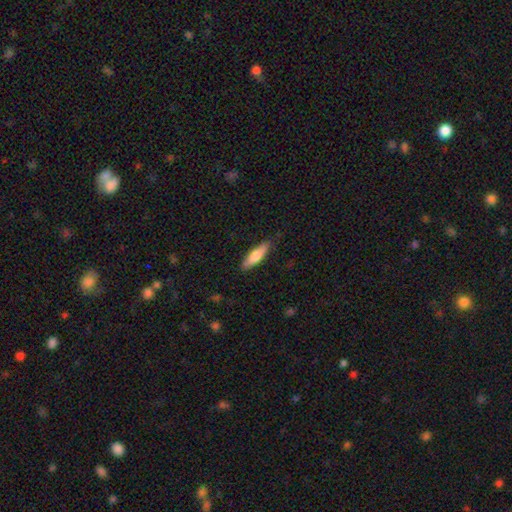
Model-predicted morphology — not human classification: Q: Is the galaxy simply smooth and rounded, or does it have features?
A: smooth — 64%.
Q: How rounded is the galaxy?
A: cigar-shaped — 66%.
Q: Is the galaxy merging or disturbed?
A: none — 87%.